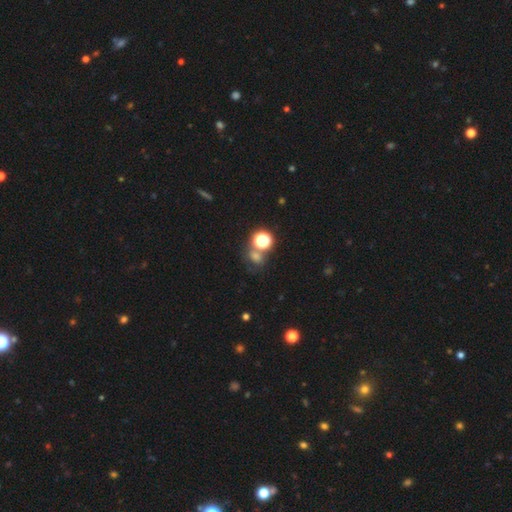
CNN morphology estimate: Q: Smooth or featured?
A: smooth (55%); runner-up: star or artifact (35%)
Q: How rounded?
A: round (65%); runner-up: in between (33%)
Q: Merging?
A: none (56%); runner-up: merger (25%)